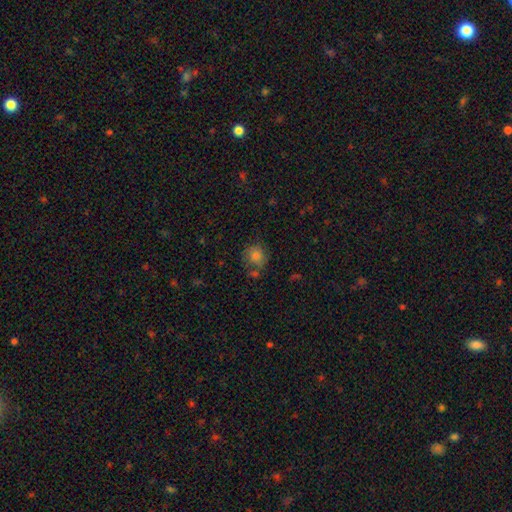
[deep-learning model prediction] The model was most divided on "merging": none: 64%, minor disturbance: 18%, merger: 12%, major disturbance: 6%. More confident: how rounded — round (83%); smooth or featured — smooth (77%).